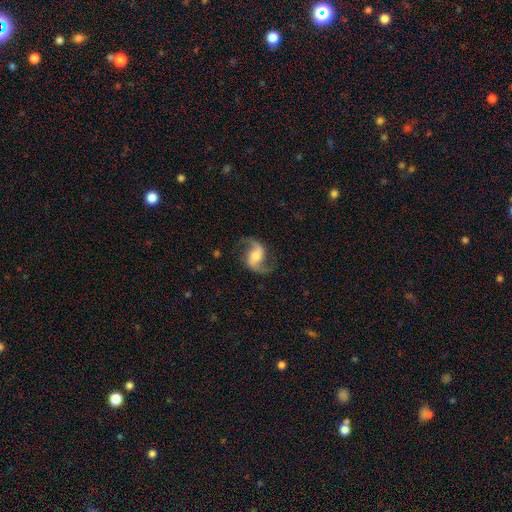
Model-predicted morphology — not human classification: smooth-or-featured: featured or disk: 86% | smooth: 8% | star or artifact: 6%
  disk-edge-on: no: 97% | yes: 3%
    bar: weak: 41% | no: 35% | strong: 24%
    has-spiral-arms: yes: 97% | no: 3%
      spiral-winding: loose: 65% | medium: 30% | tight: 5%
      spiral-arm-count: 2: 93% | 1: 2% | can't tell: 2% | 3: 1% | 4: 1% | more than 4: 1%
    bulge-size: moderate: 41% | small: 27% | large: 20% | none: 9% | dominant: 3%
  merging: none: 77% | minor disturbance: 13% | major disturbance: 8% | merger: 1%